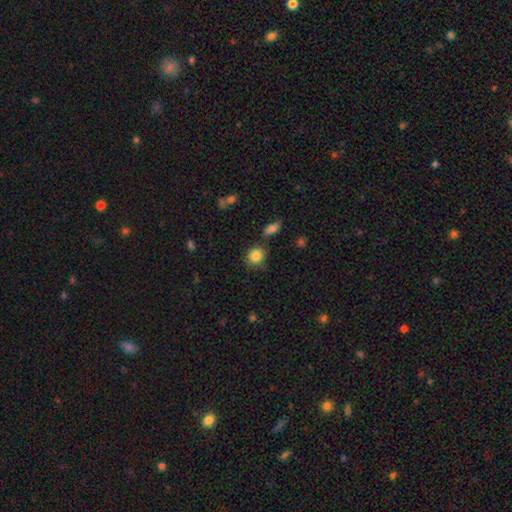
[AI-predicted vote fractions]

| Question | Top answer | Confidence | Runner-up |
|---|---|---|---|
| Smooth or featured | smooth | 85% | star or artifact (9%) |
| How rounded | round | 81% | in between (18%) |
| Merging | none | 76% | minor disturbance (14%) |